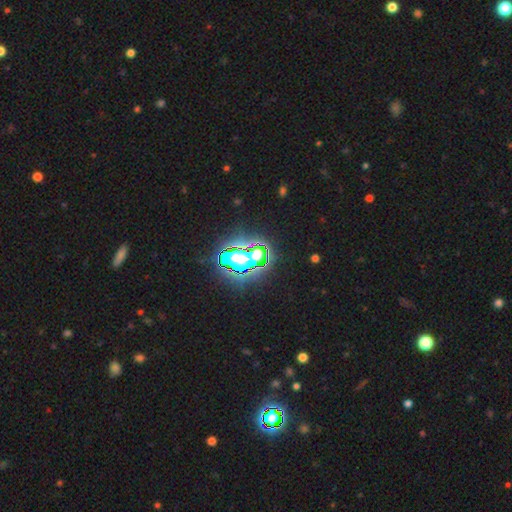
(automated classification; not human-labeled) A star or artifact, not a galaxy (68%).